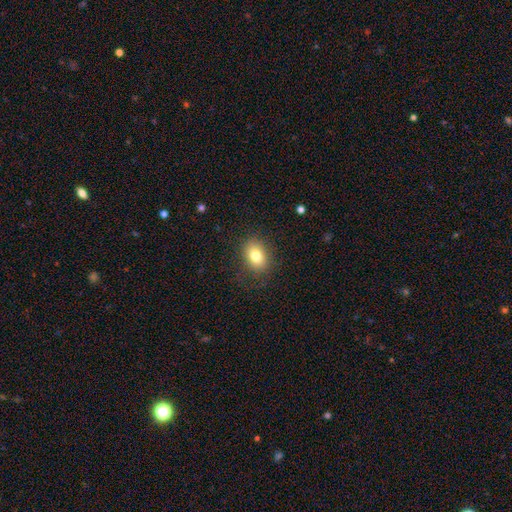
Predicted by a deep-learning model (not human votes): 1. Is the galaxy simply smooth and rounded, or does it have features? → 79% smooth, 11% featured or disk, 10% star or artifact.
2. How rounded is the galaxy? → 74% in between, 25% round, 1% cigar-shaped.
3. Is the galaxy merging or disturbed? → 82% none, 12% minor disturbance, 5% major disturbance, 1% merger.